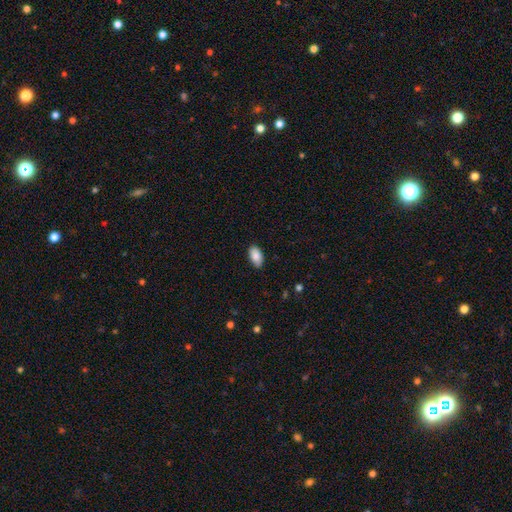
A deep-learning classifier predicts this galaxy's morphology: Smooth or featured: smooth — 88% (star or artifact — 7%)
How rounded: in between — 95% (round — 3%)
Merging: none — 84% (minor disturbance — 13%)